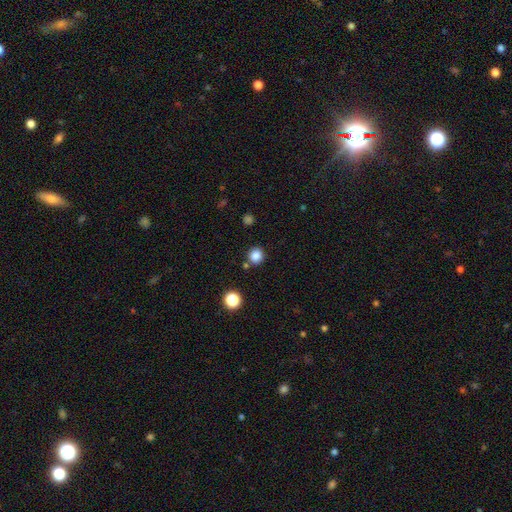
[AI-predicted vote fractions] Morphology: type=smooth (84%); roundness=round (89%); merging=none (83%).